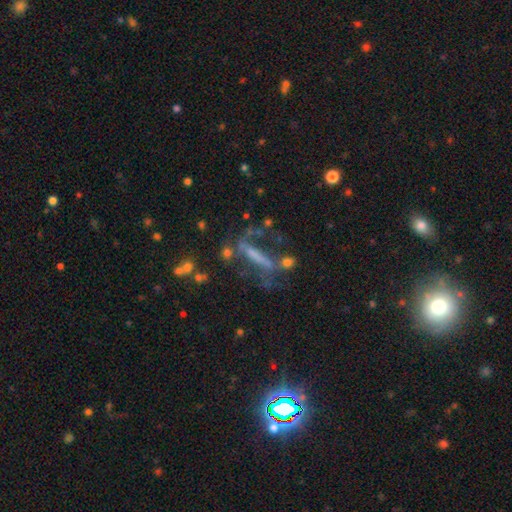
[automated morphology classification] Smooth or featured? Predicted: featured or disk (p=0.50). Merging? Predicted: none (p=0.44).